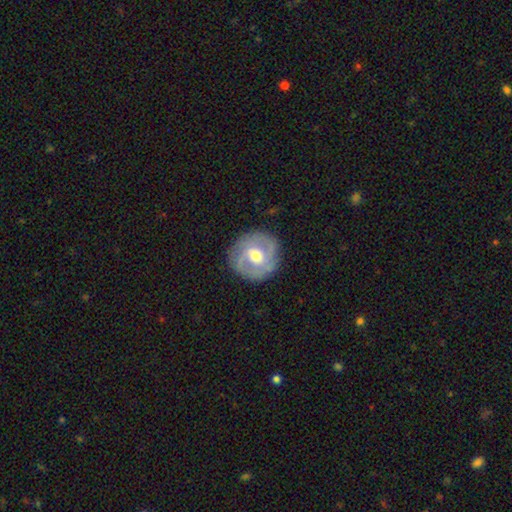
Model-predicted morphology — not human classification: The model was most divided on "bar": no: 47%, weak: 41%, strong: 11%. Remaining: edge-on disk — no (97%); spiral arms — yes (85%); merging — none (84%); smooth or featured — featured or disk (73%); bulge size — moderate (72%); spiral arm count — 2 (58%); spiral winding — tight (46%).